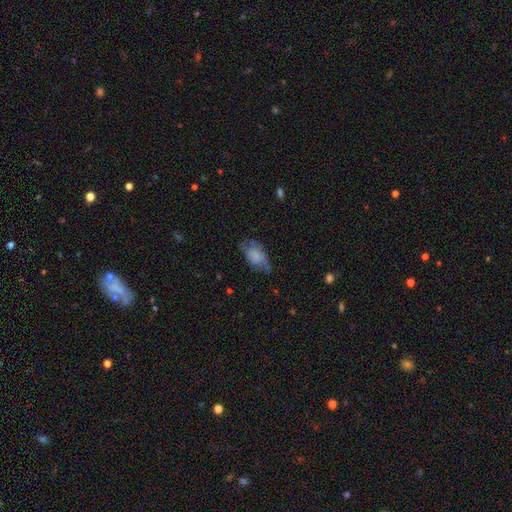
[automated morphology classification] smooth 60%, featured or disk 31%, star or artifact 9%. Down the decision tree: how rounded — in between (91%); merging — none (49%).